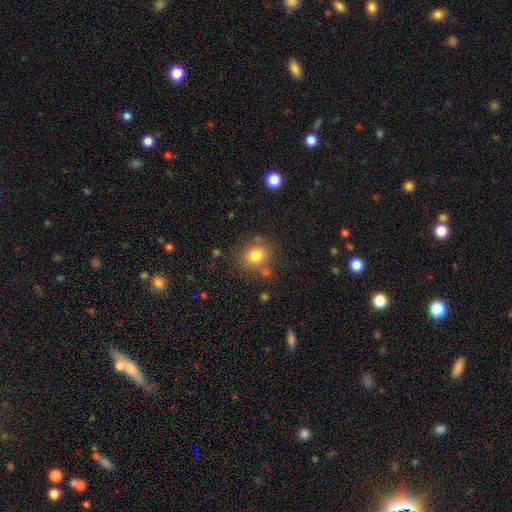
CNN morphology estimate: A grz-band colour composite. It shows a smooth galaxy with no disk features (82%) that is round (69%). Merging: none (74%).